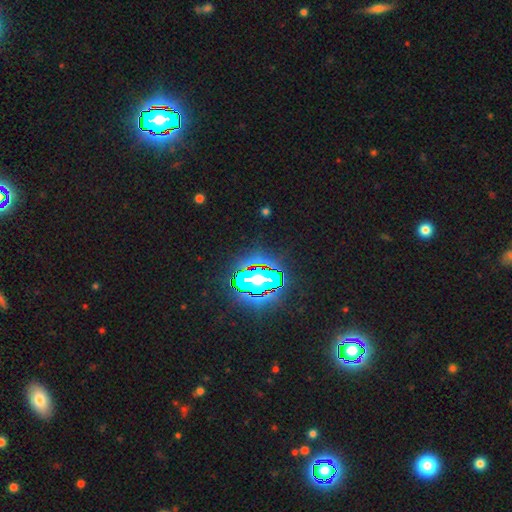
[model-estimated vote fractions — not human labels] The model was most divided on "smooth or featured": star or artifact: 81%, smooth: 11%, featured or disk: 8%.